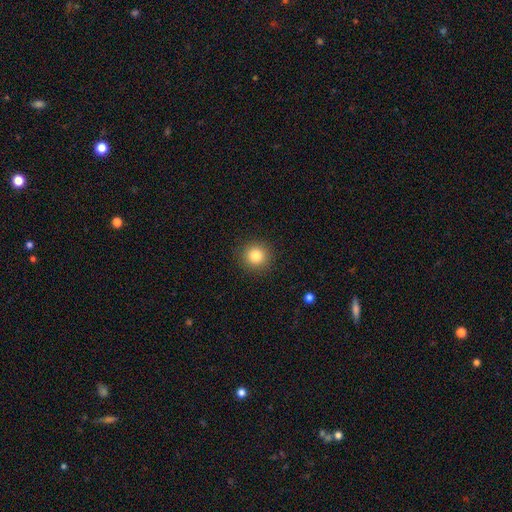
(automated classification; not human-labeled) Smooth or featured: smooth — 83% (star or artifact — 11%)
How rounded: round — 93% (in between — 6%)
Merging: none — 91% (minor disturbance — 6%)